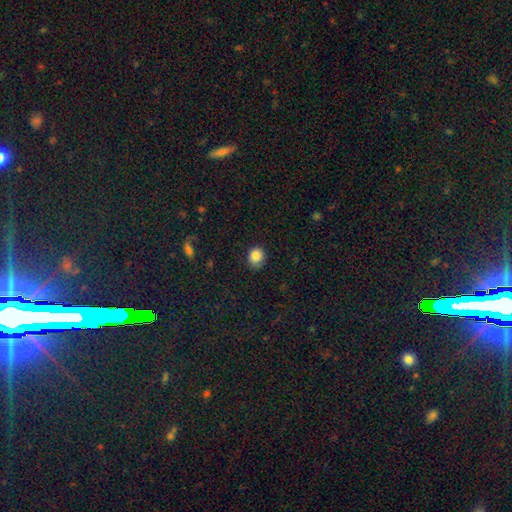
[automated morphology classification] type=smooth (86%); roundness=round (69%); merging=none (78%).